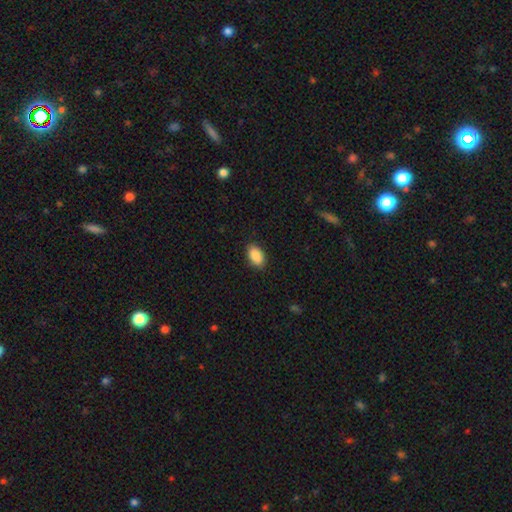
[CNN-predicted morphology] Smooth or featured? smooth (90%)
How rounded? in between (92%)
Merging? none (88%)